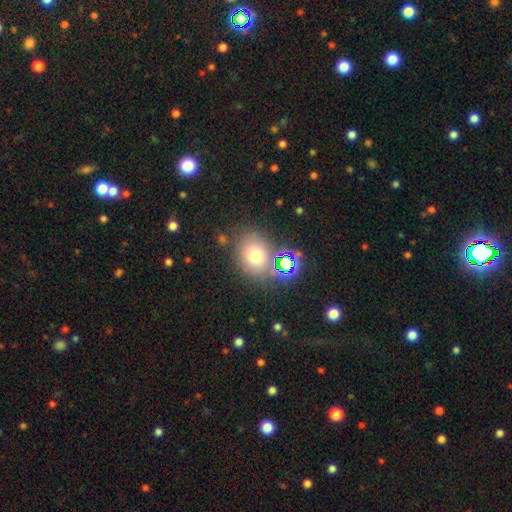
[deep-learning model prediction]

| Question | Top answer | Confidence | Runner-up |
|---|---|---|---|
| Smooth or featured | smooth | 68% | star or artifact (21%) |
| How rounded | round | 65% | in between (34%) |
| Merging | none | 72% | minor disturbance (12%) |